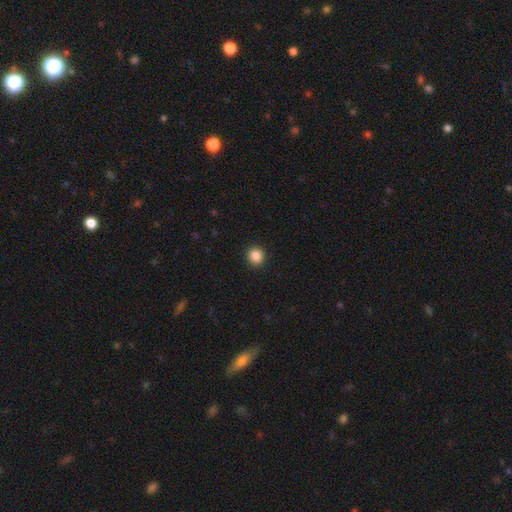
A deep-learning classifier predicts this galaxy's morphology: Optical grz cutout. It shows a smooth galaxy with no disk features (85%) that is round (93%). Merging: none (93%).